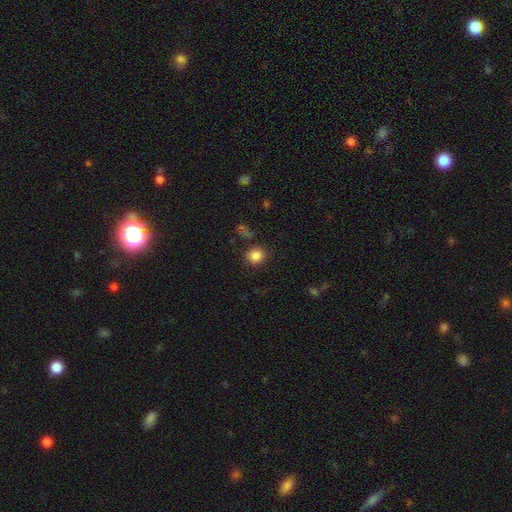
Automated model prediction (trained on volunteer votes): smooth 84%, star or artifact 11%, featured or disk 5%. Down the decision tree: how rounded — round (84%); merging — none (86%).